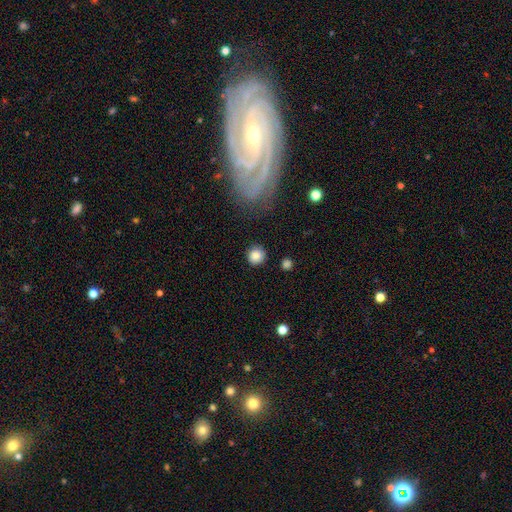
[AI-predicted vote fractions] Smooth or featured?
  - smooth: 87% *
  - star or artifact: 9%
  - featured or disk: 4%
How rounded?
  - round: 94% *
  - in between: 5%
  - cigar-shaped: 1%
Merging?
  - none: 89% *
  - minor disturbance: 7%
  - major disturbance: 3%
  - merger: 2%